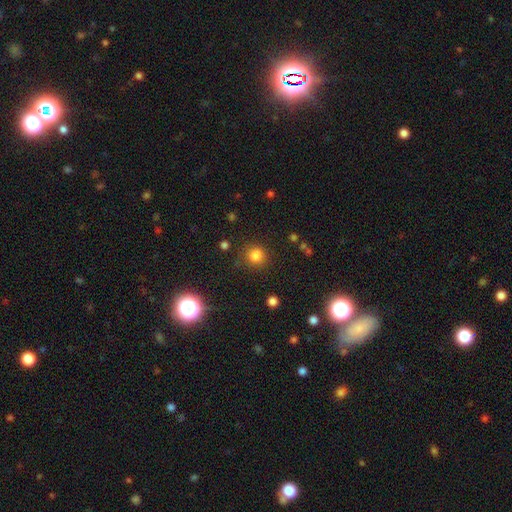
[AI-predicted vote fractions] Overall: smooth (80%). How rounded: round (91%). Merging: none (84%).